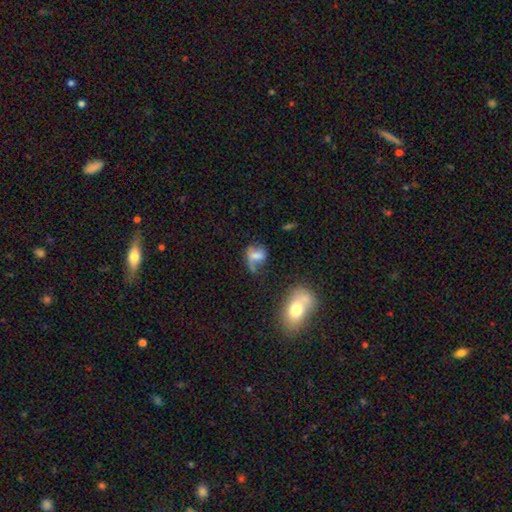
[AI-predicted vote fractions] Smooth or featured?
  - smooth: 50% *
  - featured or disk: 38%
  - star or artifact: 13%
Merging?
  - none: 33% *
  - major disturbance: 31%
  - minor disturbance: 24%
  - merger: 12%